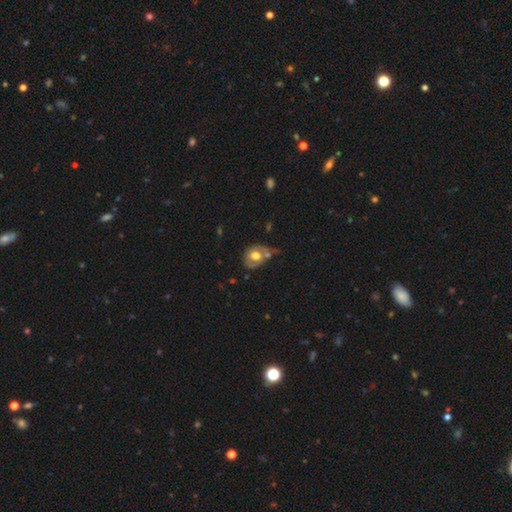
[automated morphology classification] smooth 55%, featured or disk 37%, star or artifact 8%. Down the decision tree: how rounded — round (55%); merging — none (40%).